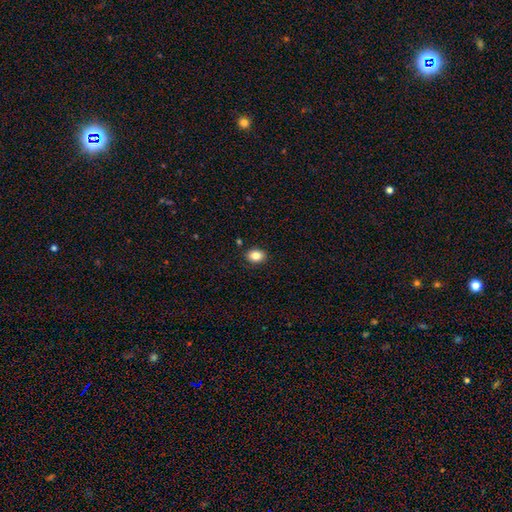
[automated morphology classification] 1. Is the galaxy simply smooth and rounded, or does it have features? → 84% smooth, 9% star or artifact, 7% featured or disk.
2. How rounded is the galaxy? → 66% in between, 33% round, 1% cigar-shaped.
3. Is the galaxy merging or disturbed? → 88% none, 8% minor disturbance, 2% major disturbance, 2% merger.